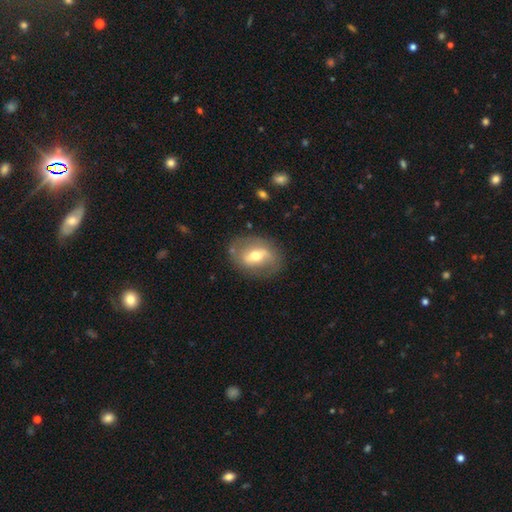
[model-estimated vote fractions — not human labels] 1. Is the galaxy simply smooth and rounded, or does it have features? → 59% featured or disk, 34% smooth, 7% star or artifact.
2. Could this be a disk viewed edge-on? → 89% no, 11% yes.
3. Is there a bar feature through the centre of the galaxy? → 42% strong, 38% weak, 20% no.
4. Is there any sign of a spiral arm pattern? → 51% no, 49% yes.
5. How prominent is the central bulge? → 70% moderate, 17% small, 10% large, 1% dominant, 1% none.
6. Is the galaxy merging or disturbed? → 77% none, 15% minor disturbance, 6% major disturbance, 2% merger.